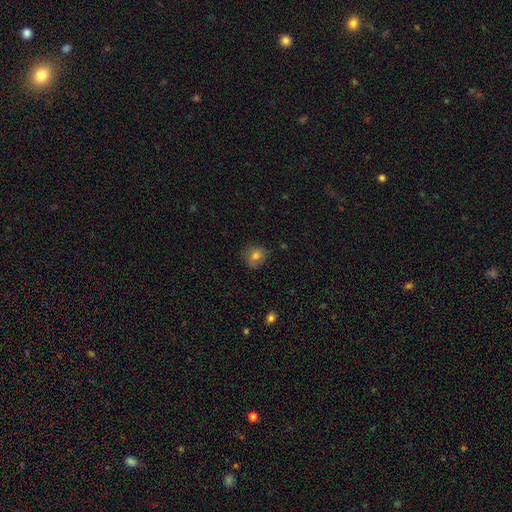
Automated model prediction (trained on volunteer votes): Smooth or featured? smooth (78%)
How rounded? round (73%)
Merging? none (76%)